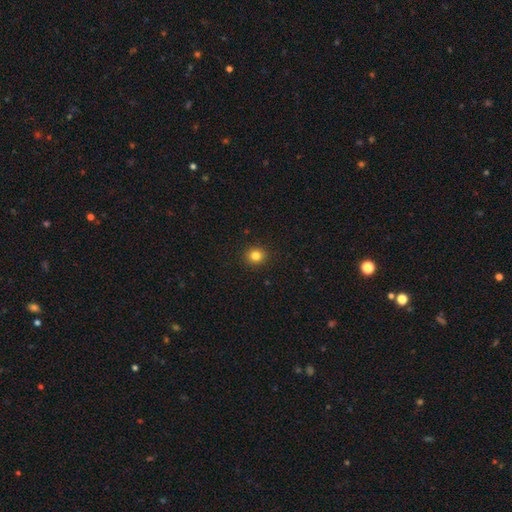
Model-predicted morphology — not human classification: Smooth or featured?
  - smooth: 82% *
  - star or artifact: 12%
  - featured or disk: 5%
How rounded?
  - round: 88% *
  - in between: 11%
  - cigar-shaped: 1%
Merging?
  - none: 92% *
  - minor disturbance: 5%
  - major disturbance: 2%
  - merger: 1%